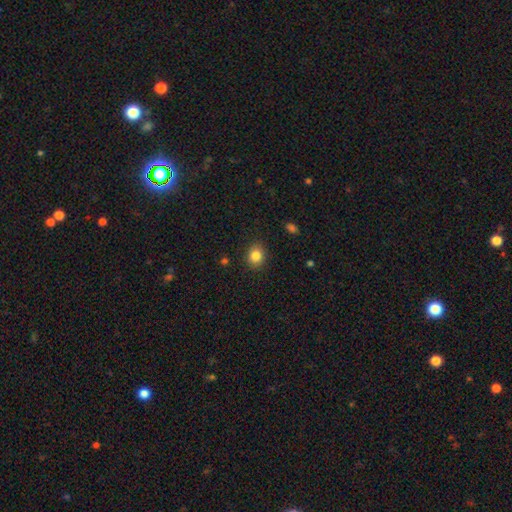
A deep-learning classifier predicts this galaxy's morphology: A smooth galaxy with no disk features (84%) that is round (67%).

Vote fractions:
- Smooth or featured? smooth: 84% / star or artifact: 11% / featured or disk: 5%
- How rounded? round: 67% / in between: 32% / cigar-shaped: 1%
- Merging? none: 88% / minor disturbance: 8% / major disturbance: 2% / merger: 1%